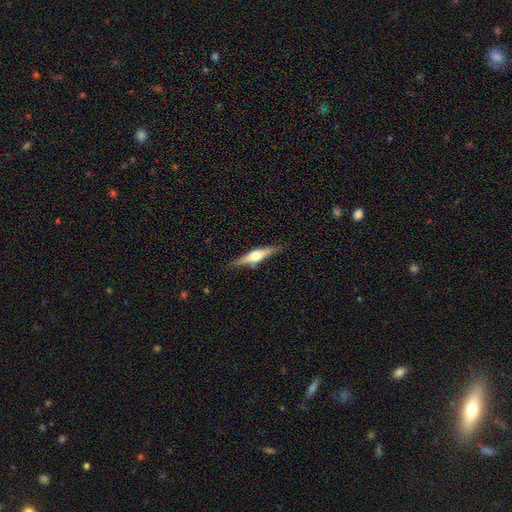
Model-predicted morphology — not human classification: type=featured or disk (70%); edge-on=yes (97%); edge-on bulge=rounded (93%); merging=none (86%).